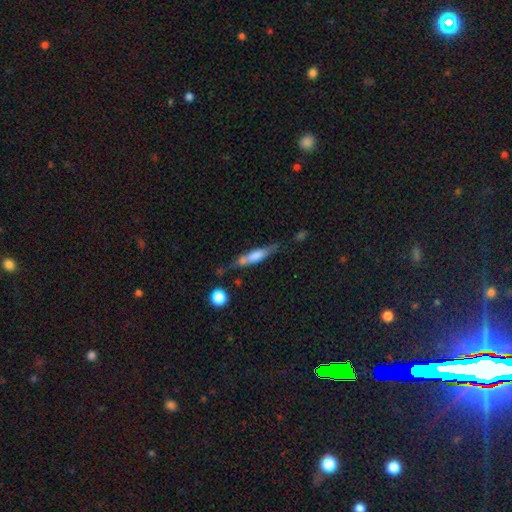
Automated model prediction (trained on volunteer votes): smooth 47%, featured or disk 45%, star or artifact 7%. Down the decision tree: merging — none (56%).